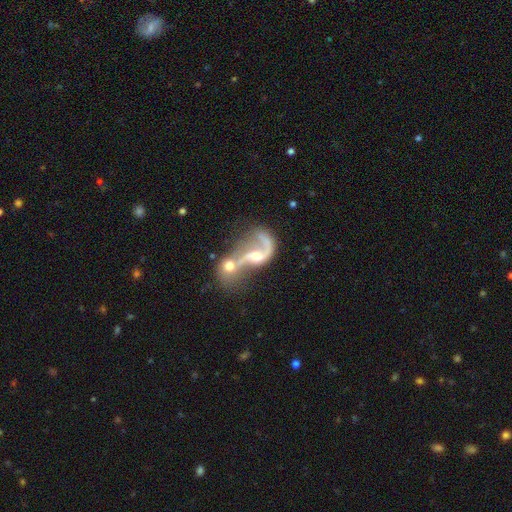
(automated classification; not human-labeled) Morphology: type=featured or disk (78%); edge-on=no (96%); bar=no (50%); spiral arms=yes (82%); winding=loose (75%); arm count=2 (58%); bulge=moderate (50%); merging=merger (71%).